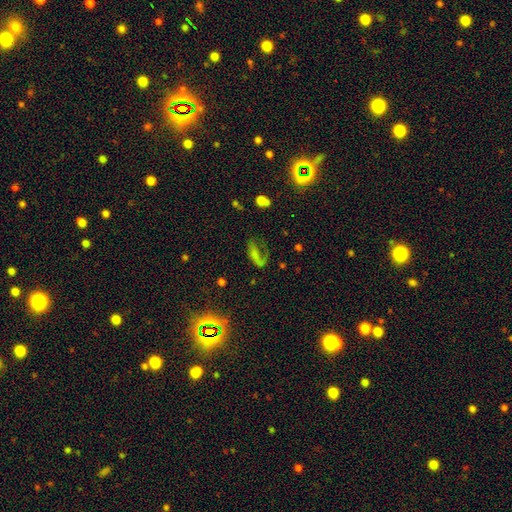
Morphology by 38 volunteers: smooth_or_featured: featured or disk (p=0.76) [alt: smooth p=0.18]
disk_edge_on: no (p=0.86) [alt: yes p=0.14]
bar: no (p=0.52) [alt: strong p=0.32]
has_spiral_arms: yes (p=0.64) [alt: no p=0.36]
spiral_winding: loose (p=0.44) [alt: medium p=0.38]
spiral_arm_count: 1 (p=0.94) [alt: can't tell p=0.06]
bulge_size: none (p=0.56) [alt: moderate p=0.20]
merging: none (p=0.42) [alt: major disturbance p=0.39]